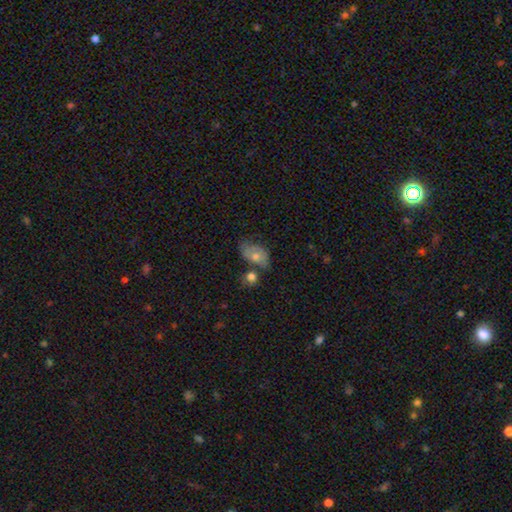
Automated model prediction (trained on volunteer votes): Smooth or featured?
  - smooth: 66% *
  - featured or disk: 27%
  - star or artifact: 8%
How rounded?
  - in between: 85% *
  - round: 13%
  - cigar-shaped: 2%
Merging?
  - none: 40% *
  - minor disturbance: 25%
  - merger: 24%
  - major disturbance: 11%